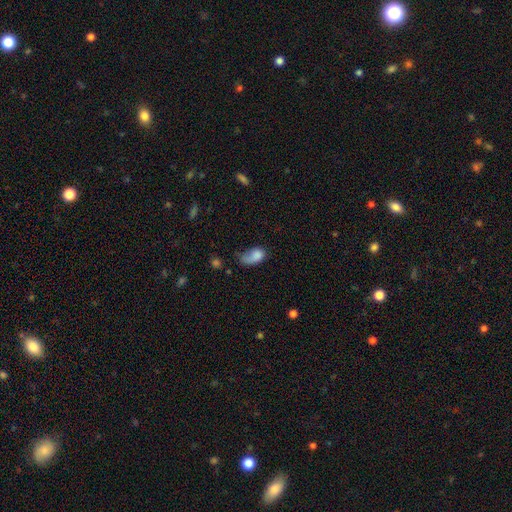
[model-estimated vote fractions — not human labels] The model was most divided on "merging": major disturbance: 41%, minor disturbance: 28%, none: 23%, merger: 8%. More confident: how rounded — in between (85%); smooth or featured — smooth (76%).